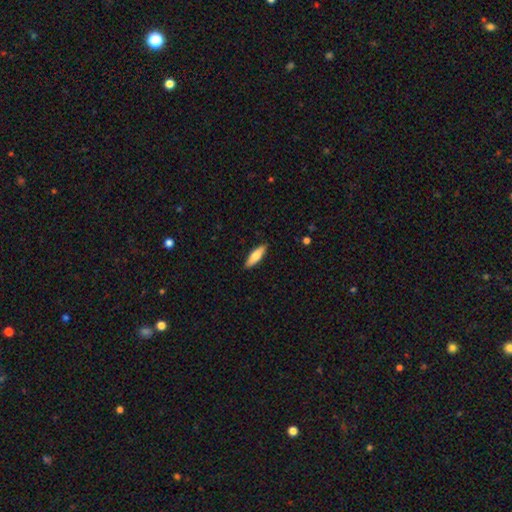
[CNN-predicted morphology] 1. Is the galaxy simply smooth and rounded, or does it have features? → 74% smooth, 21% featured or disk, 6% star or artifact.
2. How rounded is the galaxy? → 57% cigar-shaped, 41% in between, 2% round.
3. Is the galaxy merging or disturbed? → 89% none, 8% minor disturbance, 2% major disturbance, 1% merger.